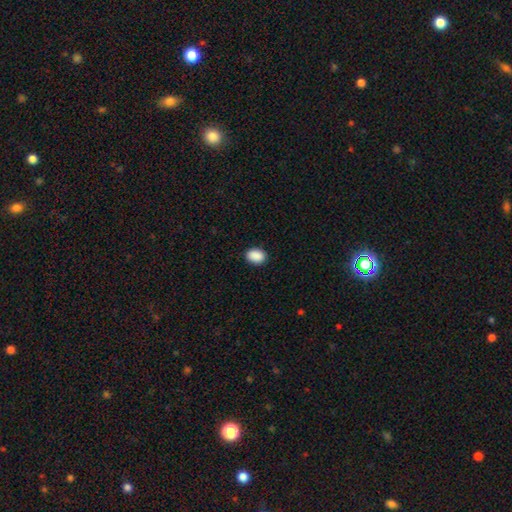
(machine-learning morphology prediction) A smooth galaxy with no disk features (91%) that is in between round and cigar-shaped (76%).

Vote fractions:
- Smooth or featured? smooth: 91% / star or artifact: 7% / featured or disk: 2%
- How rounded? in between: 76% / round: 23% / cigar-shaped: 1%
- Merging? none: 90% / minor disturbance: 7% / major disturbance: 2% / merger: 1%